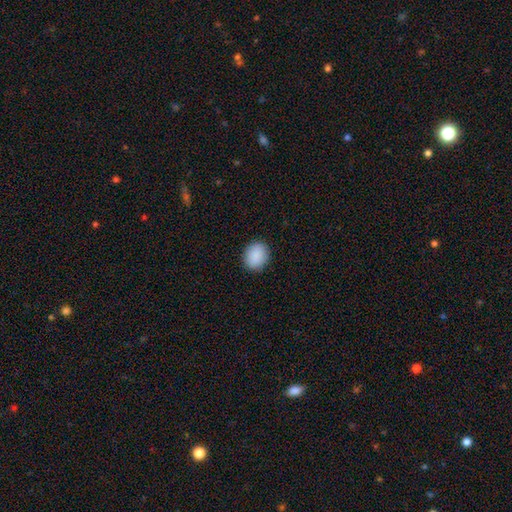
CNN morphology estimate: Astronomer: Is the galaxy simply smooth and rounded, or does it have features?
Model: smooth — 90%.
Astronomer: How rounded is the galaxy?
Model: round — 51% (runner-up: in between, 48%).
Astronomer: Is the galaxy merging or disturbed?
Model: none — 89%.